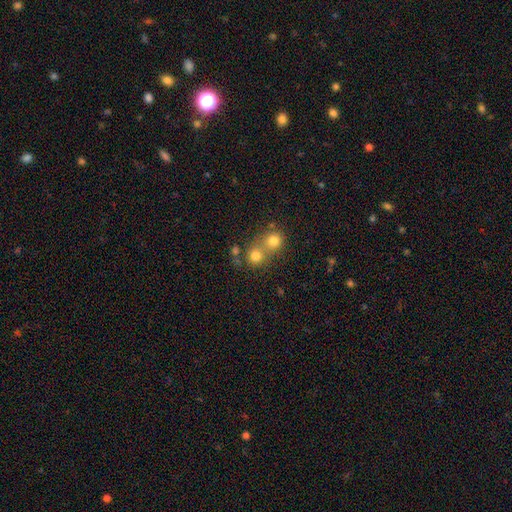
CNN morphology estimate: smooth 75%, star or artifact 15%, featured or disk 10%. Down the decision tree: how rounded — round (86%); merging — merger (49%).